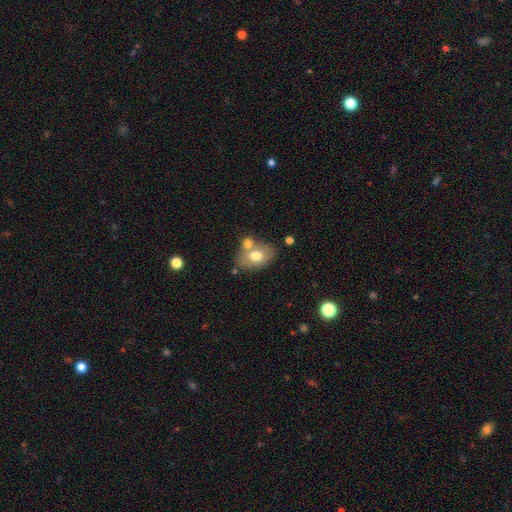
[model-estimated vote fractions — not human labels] Overall: smooth (71%). How rounded: in between (80%). Merging: none (55%; merger 27%).